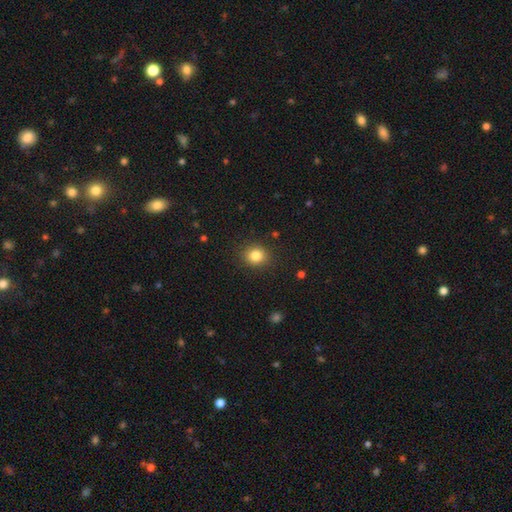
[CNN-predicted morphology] Smooth or featured?
  - smooth: 83% *
  - star or artifact: 11%
  - featured or disk: 6%
How rounded?
  - round: 80% *
  - in between: 19%
  - cigar-shaped: 1%
Merging?
  - none: 89% *
  - minor disturbance: 8%
  - major disturbance: 3%
  - merger: 1%